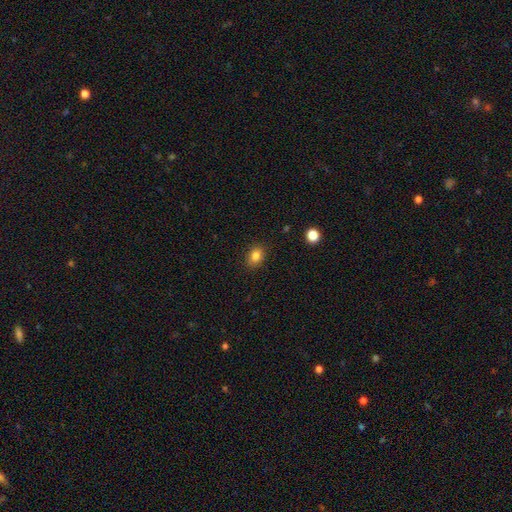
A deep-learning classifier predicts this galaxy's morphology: Smooth or featured? Predicted: smooth (p=0.84). How rounded? Predicted: in between (p=0.65). Merging? Predicted: none (p=0.85).